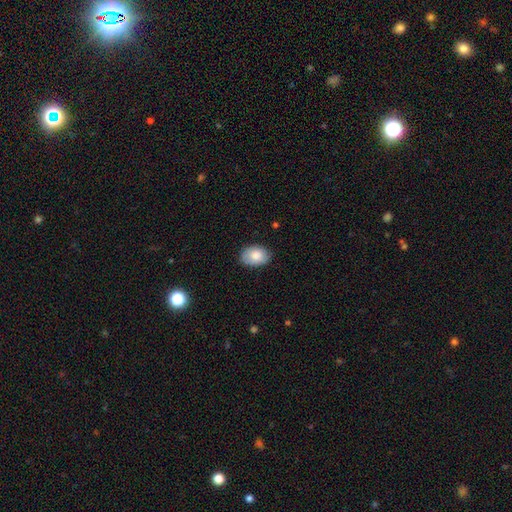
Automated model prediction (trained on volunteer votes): This appears to be a smooth galaxy with no disk features (82%) that is in between round and cigar-shaped (85%). Merging: none (78%).